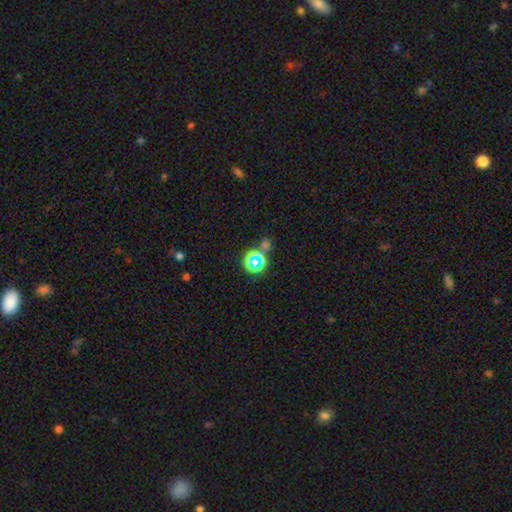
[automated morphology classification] smooth 51%, star or artifact 40%, featured or disk 9%. Down the decision tree: how rounded — round (85%); merging — none (72%).